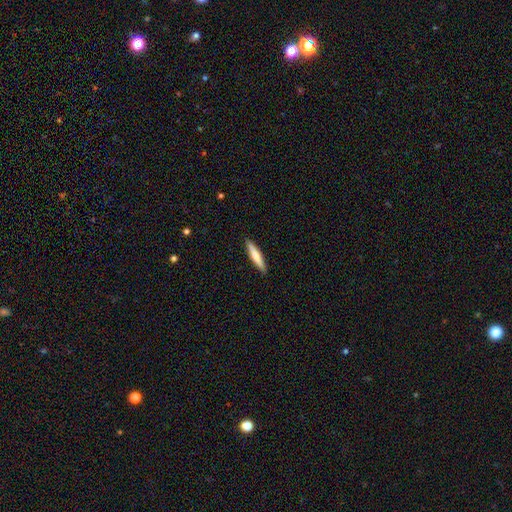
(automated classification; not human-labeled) Smooth or featured?
  - smooth: 65% *
  - featured or disk: 30%
  - star or artifact: 5%
How rounded?
  - cigar-shaped: 91% *
  - in between: 8%
  - round: 1%
Merging?
  - none: 91% *
  - minor disturbance: 7%
  - major disturbance: 1%
  - merger: 1%